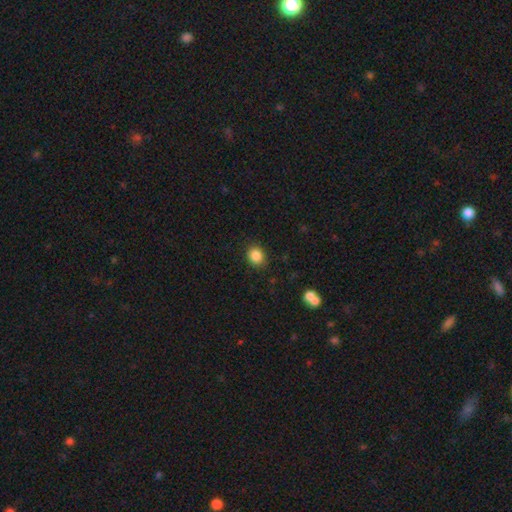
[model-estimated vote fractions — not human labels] A smooth galaxy with no disk features (87%) that is round (67%). Merging: none (87%).